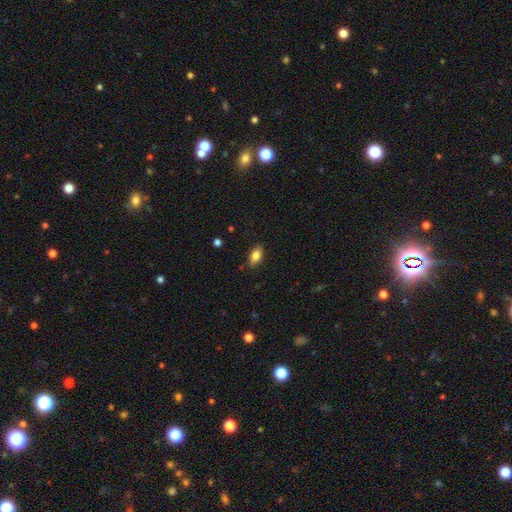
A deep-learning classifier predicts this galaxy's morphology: Smooth or featured? Predicted: smooth (p=0.82). How rounded? Predicted: in between (p=0.89). Merging? Predicted: none (p=0.85).